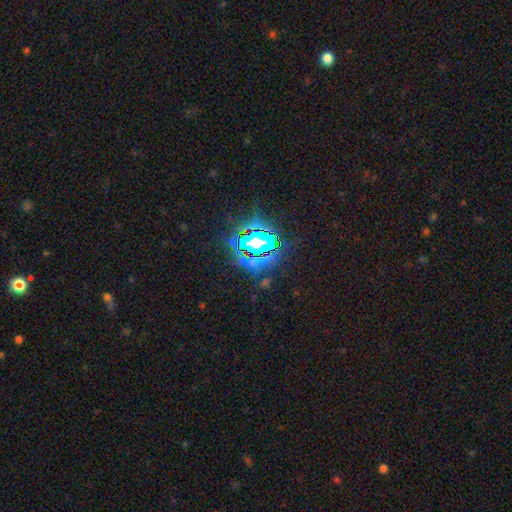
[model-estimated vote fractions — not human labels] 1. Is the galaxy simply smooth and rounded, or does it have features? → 73% star or artifact, 15% smooth, 12% featured or disk.